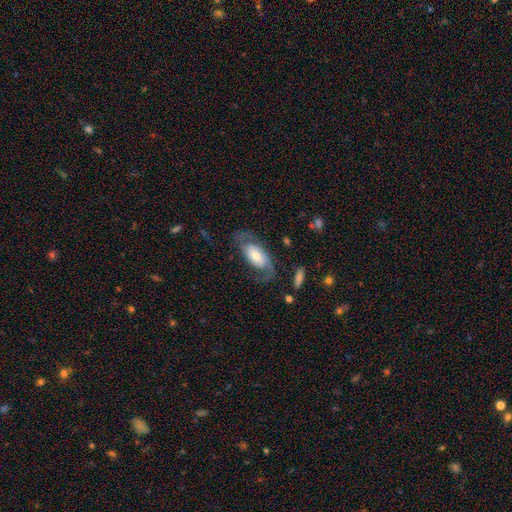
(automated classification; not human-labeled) Overall: featured or disk (64%; smooth 30%). Edge-on disk: no (92%). Bar: no (56%; weak 29%). Spiral arms: yes (85%). Bulge size: moderate (44%; small 28%). Merging: none (61%).